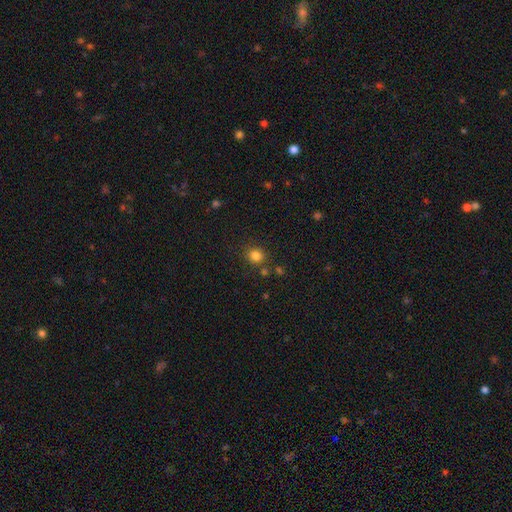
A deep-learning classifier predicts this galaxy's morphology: Smooth or featured?
  - smooth: 82% *
  - star or artifact: 13%
  - featured or disk: 4%
How rounded?
  - round: 85% *
  - in between: 14%
  - cigar-shaped: 1%
Merging?
  - none: 81% *
  - minor disturbance: 9%
  - merger: 6%
  - major disturbance: 4%